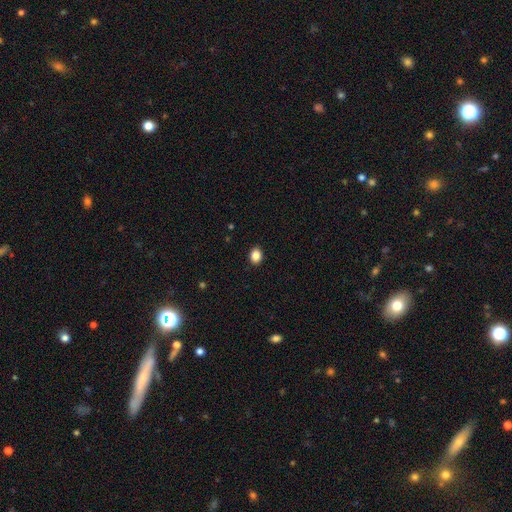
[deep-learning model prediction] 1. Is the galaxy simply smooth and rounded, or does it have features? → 87% smooth, 10% star or artifact, 4% featured or disk.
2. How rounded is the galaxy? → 55% in between, 44% round, 1% cigar-shaped.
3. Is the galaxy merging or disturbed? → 91% none, 6% minor disturbance, 2% major disturbance, 1% merger.